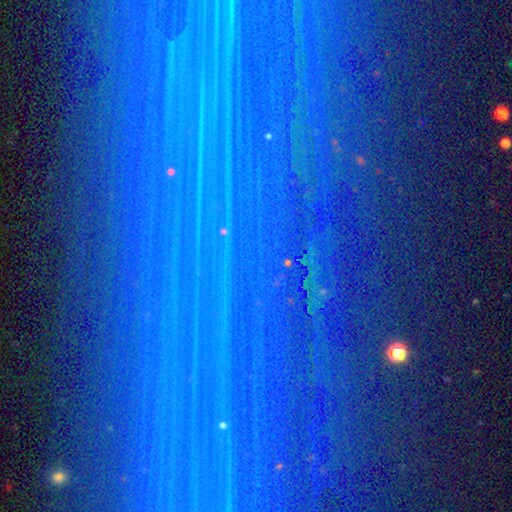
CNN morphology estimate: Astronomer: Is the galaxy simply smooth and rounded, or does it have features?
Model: star or artifact — 86%.